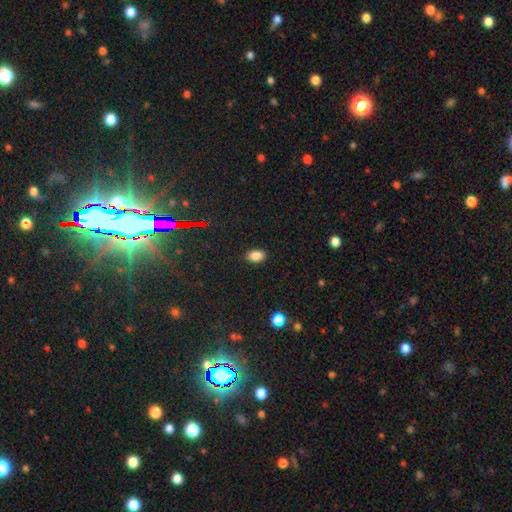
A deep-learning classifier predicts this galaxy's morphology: smooth-or-featured: smooth: 85% | star or artifact: 11% | featured or disk: 4%
  how-rounded: in between: 87% | round: 11% | cigar-shaped: 1%
  merging: none: 87% | minor disturbance: 9% | major disturbance: 2% | merger: 1%